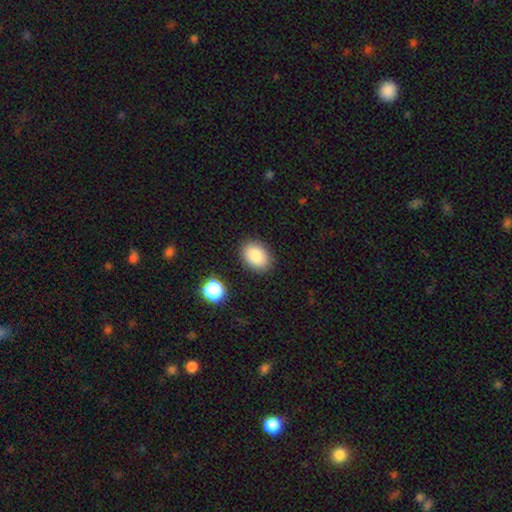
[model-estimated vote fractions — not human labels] A smooth galaxy with no disk features (87%) that is in between round and cigar-shaped (75%). Merging: none (87%).